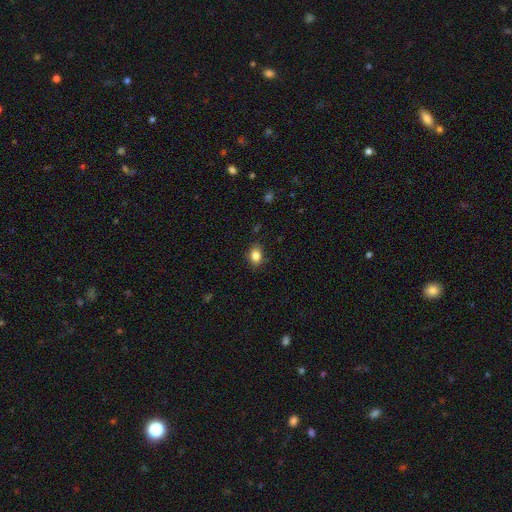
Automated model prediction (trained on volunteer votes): smooth-or-featured: smooth: 85% | star or artifact: 10% | featured or disk: 6%
  how-rounded: in between: 71% | round: 28% | cigar-shaped: 1%
  merging: none: 85% | minor disturbance: 11% | major disturbance: 3% | merger: 1%